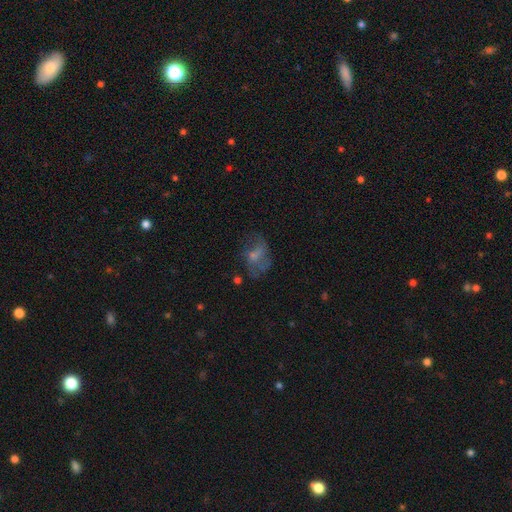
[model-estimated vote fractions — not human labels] Smooth or featured: featured or disk — 46% (smooth — 41%)
Merging: none — 39% (major disturbance — 33%)